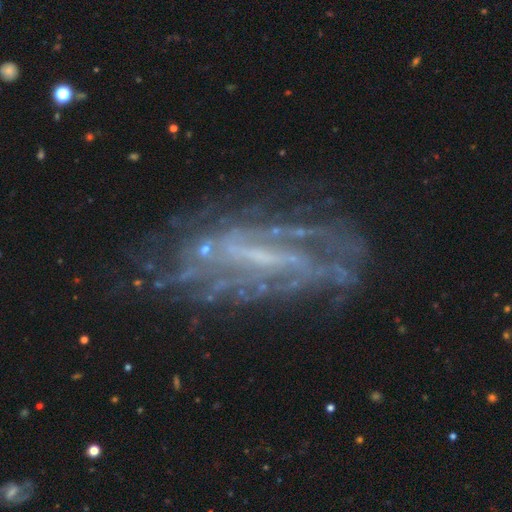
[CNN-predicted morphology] smooth-or-featured: featured or disk: 78% | star or artifact: 12% | smooth: 10%
  disk-edge-on: no: 86% | yes: 14%
    bar: strong: 44% | weak: 33% | no: 22%
    has-spiral-arms: yes: 74% | no: 26%
    bulge-size: none: 43% | small: 40% | moderate: 14% | large: 2% | dominant: 1%
  merging: none: 59% | minor disturbance: 20% | major disturbance: 18% | merger: 3%